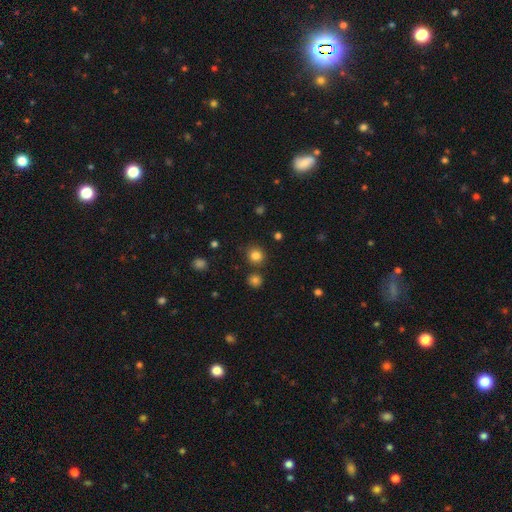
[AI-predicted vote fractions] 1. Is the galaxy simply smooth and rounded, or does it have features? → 82% smooth, 13% star or artifact, 4% featured or disk.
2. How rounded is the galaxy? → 90% round, 9% in between, 1% cigar-shaped.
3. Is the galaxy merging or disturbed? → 83% none, 8% minor disturbance, 7% merger, 3% major disturbance.